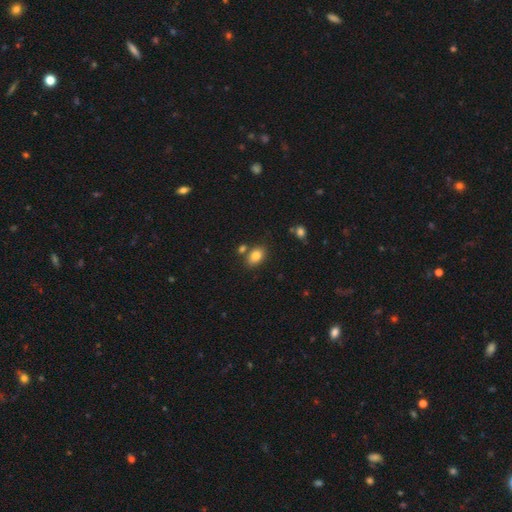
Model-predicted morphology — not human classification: smooth-or-featured: smooth: 83% | star or artifact: 9% | featured or disk: 8%
  how-rounded: in between: 83% | round: 16% | cigar-shaped: 1%
  merging: none: 74% | minor disturbance: 12% | merger: 11% | major disturbance: 3%